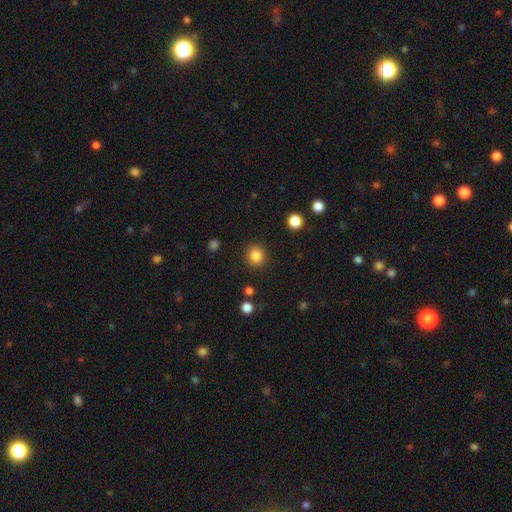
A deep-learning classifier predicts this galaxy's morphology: Smooth or featured: smooth — 84% (star or artifact — 11%)
How rounded: round — 87% (in between — 12%)
Merging: none — 90% (minor disturbance — 6%)